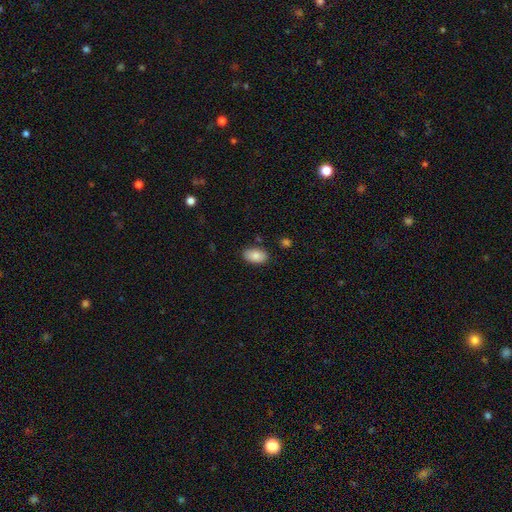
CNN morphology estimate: smooth-or-featured: smooth: 86% | featured or disk: 7% | star or artifact: 7%
  how-rounded: in between: 93% | round: 5% | cigar-shaped: 1%
  merging: none: 83% | minor disturbance: 12% | major disturbance: 3% | merger: 2%